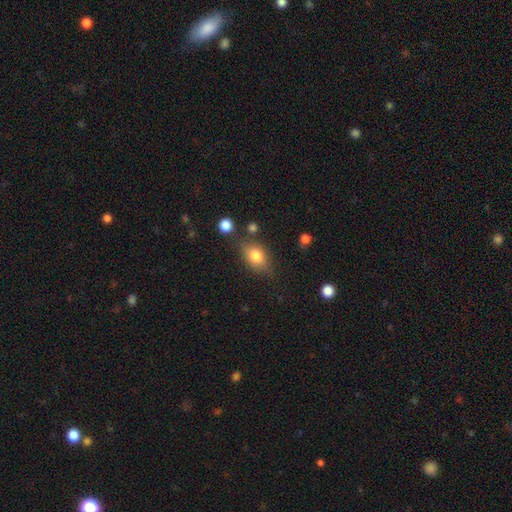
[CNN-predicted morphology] Smooth or featured? Predicted: smooth (p=0.78). How rounded? Predicted: in between (p=0.80). Merging? Predicted: none (p=0.70).